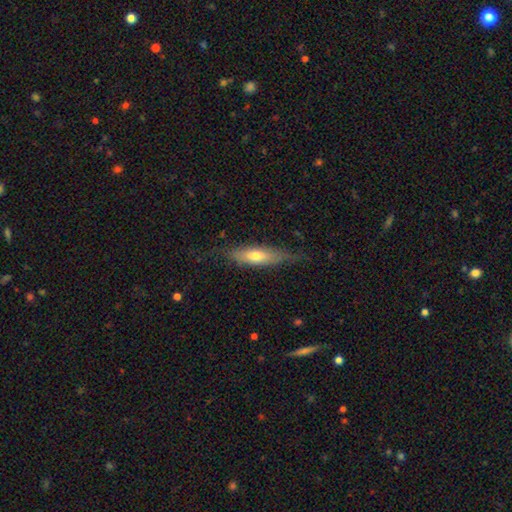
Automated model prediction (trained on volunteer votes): smooth 54%, featured or disk 39%, star or artifact 6%. Down the decision tree: how rounded — cigar-shaped (62%); merging — none (71%).